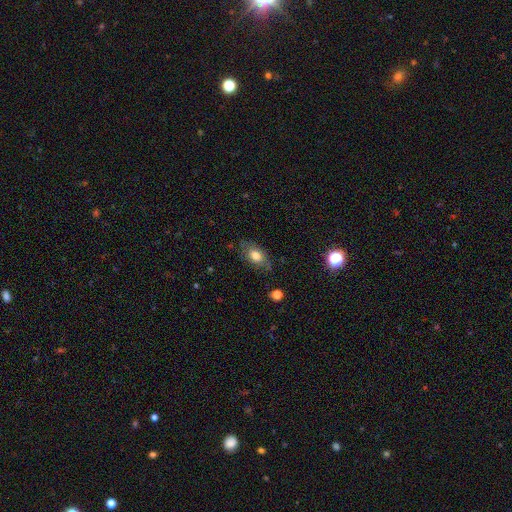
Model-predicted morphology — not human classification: A smooth galaxy with no disk features (71%) that is in between round and cigar-shaped (83%).

Vote fractions:
- Smooth or featured? smooth: 71% / featured or disk: 19% / star or artifact: 9%
- How rounded? in between: 83% / round: 13% / cigar-shaped: 4%
- Merging? none: 70% / minor disturbance: 22% / major disturbance: 6% / merger: 2%